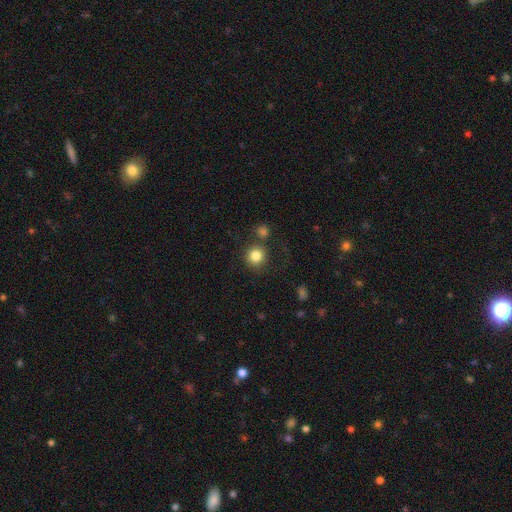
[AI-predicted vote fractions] Smooth or featured? smooth (84%)
How rounded? round (93%)
Merging? none (79%)